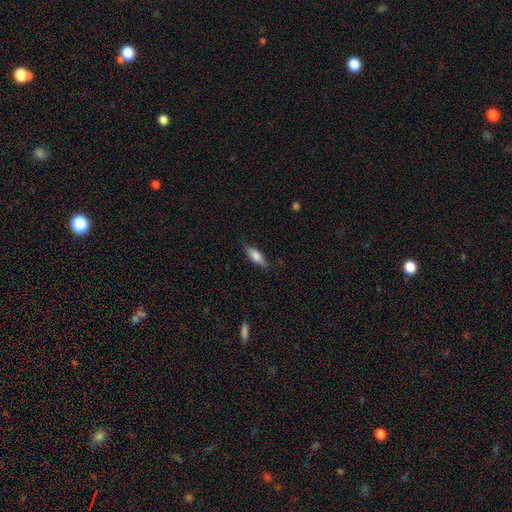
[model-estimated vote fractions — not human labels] Q: Smooth or featured?
A: smooth (72%); runner-up: featured or disk (21%)
Q: How rounded?
A: in between (61%); runner-up: cigar-shaped (37%)
Q: Merging?
A: none (82%); runner-up: minor disturbance (14%)